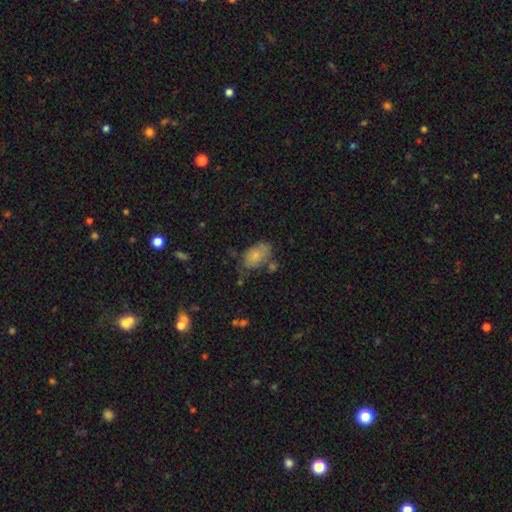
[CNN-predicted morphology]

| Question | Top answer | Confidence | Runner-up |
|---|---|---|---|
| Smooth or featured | smooth | 76% | featured or disk (17%) |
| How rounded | in between | 91% | round (7%) |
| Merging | none | 51% | minor disturbance (29%) |